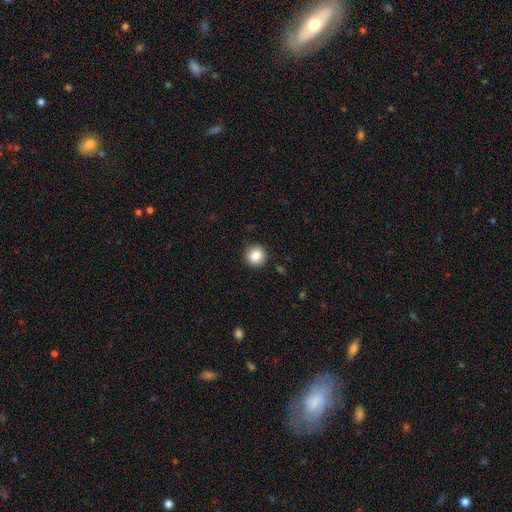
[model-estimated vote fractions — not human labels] smooth-or-featured: smooth: 85% | star or artifact: 9% | featured or disk: 5%
  how-rounded: round: 94% | in between: 5% | cigar-shaped: 1%
  merging: none: 91% | minor disturbance: 6% | major disturbance: 2% | merger: 1%